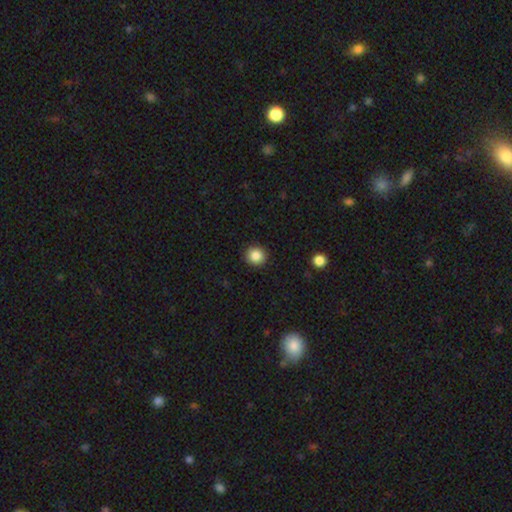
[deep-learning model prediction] Q: Smooth or featured?
A: smooth (85%); runner-up: star or artifact (10%)
Q: How rounded?
A: round (91%); runner-up: in between (9%)
Q: Merging?
A: none (92%); runner-up: minor disturbance (5%)